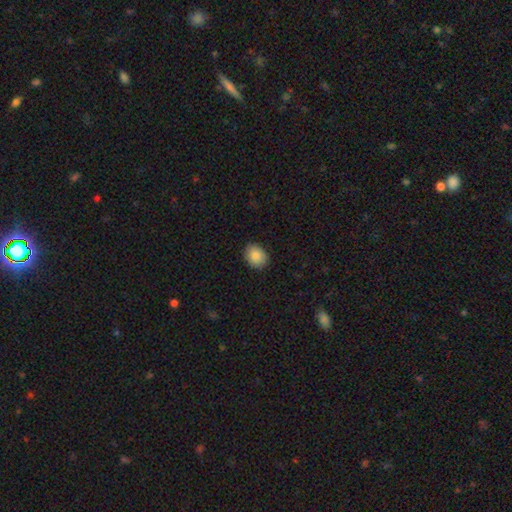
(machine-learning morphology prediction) smooth-or-featured: smooth: 86% | star or artifact: 8% | featured or disk: 7%
  how-rounded: in between: 53% | round: 46% | cigar-shaped: 1%
  merging: none: 86% | minor disturbance: 11% | major disturbance: 2% | merger: 1%